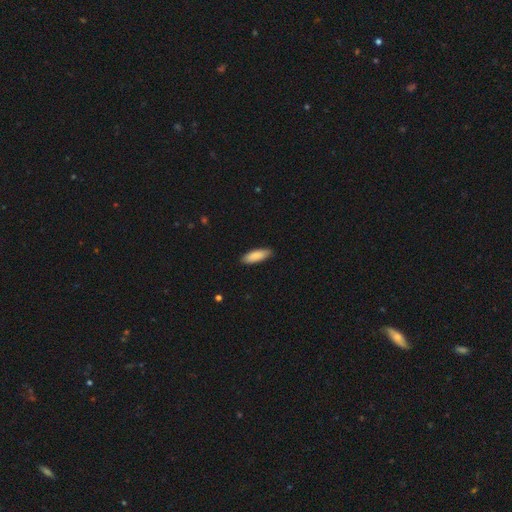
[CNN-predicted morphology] This is clearly a smooth galaxy (88%). How rounded: likely in between (60%). Merging: clearly none (88%).